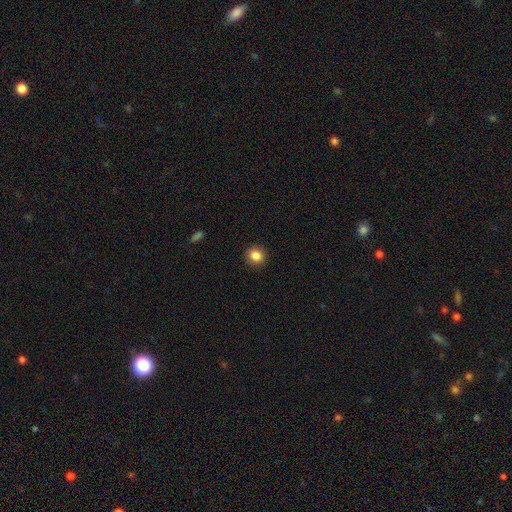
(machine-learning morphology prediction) This is clearly a smooth galaxy (85%). How rounded: clearly round (90%). Merging: clearly none (92%).